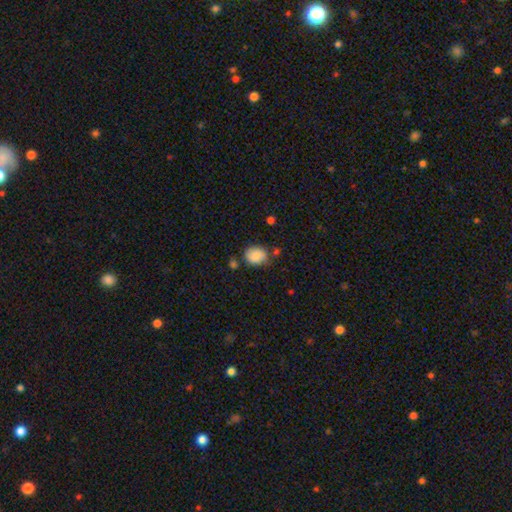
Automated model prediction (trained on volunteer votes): This appears to be a smooth galaxy with no disk features (85%) that is round (51%). Merging: none (67%).